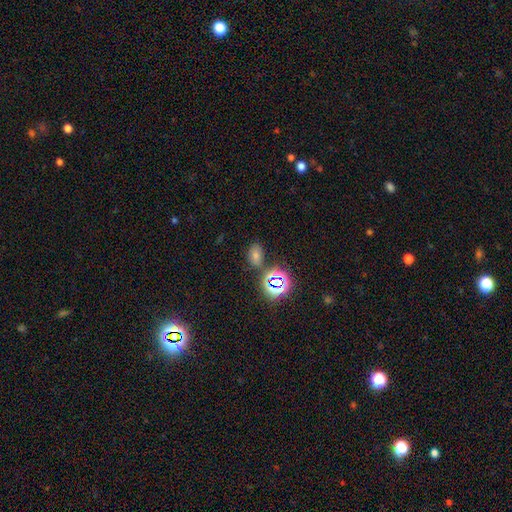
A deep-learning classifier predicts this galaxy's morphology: smooth-or-featured: smooth: 45% | star or artifact: 43% | featured or disk: 12%
  merging: none: 77% | minor disturbance: 12% | merger: 8% | major disturbance: 4%